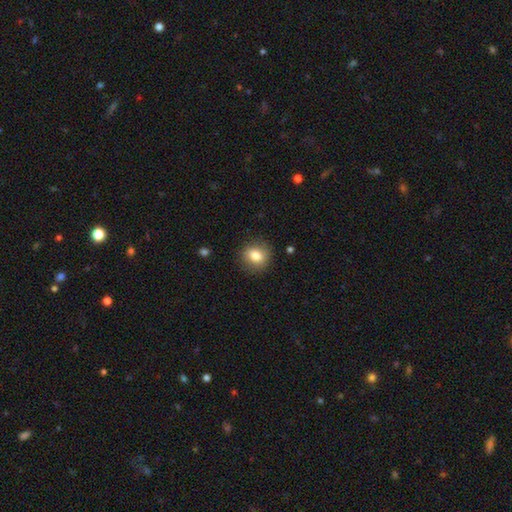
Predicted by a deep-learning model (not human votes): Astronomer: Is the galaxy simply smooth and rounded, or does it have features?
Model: smooth — 80%.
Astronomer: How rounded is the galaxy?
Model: round — 75%.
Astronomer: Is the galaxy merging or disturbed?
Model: none — 87%.